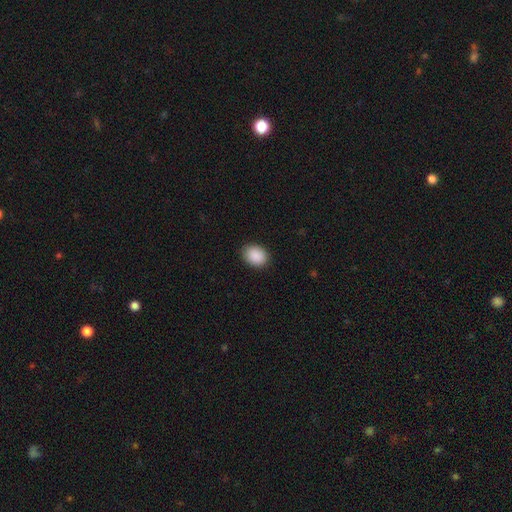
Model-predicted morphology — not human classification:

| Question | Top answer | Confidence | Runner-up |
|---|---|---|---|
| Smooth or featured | smooth | 90% | star or artifact (7%) |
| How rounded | in between | 60% | round (39%) |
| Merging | none | 88% | minor disturbance (9%) |